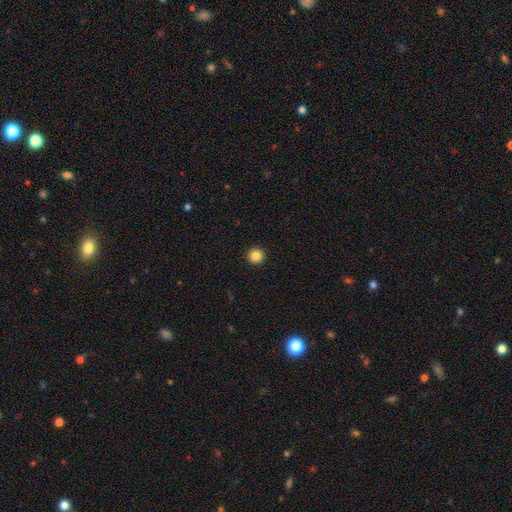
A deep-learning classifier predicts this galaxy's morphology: The model was most divided on "smooth or featured": smooth: 86%, star or artifact: 10%, featured or disk: 4%. More confident: how rounded — round (95%); merging — none (94%).